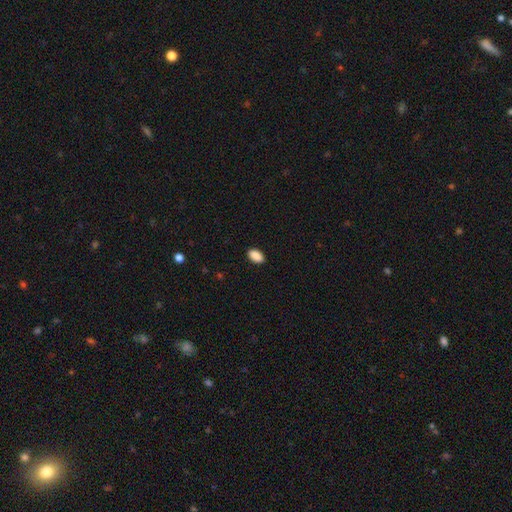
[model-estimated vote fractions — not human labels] Smooth or featured: smooth — 90% (star or artifact — 7%)
How rounded: in between — 93% (round — 5%)
Merging: none — 90% (minor disturbance — 8%)